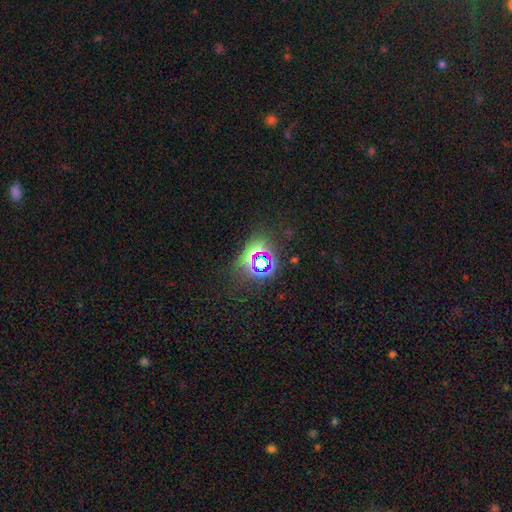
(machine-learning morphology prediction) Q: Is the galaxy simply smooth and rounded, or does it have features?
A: star or artifact — 64%.